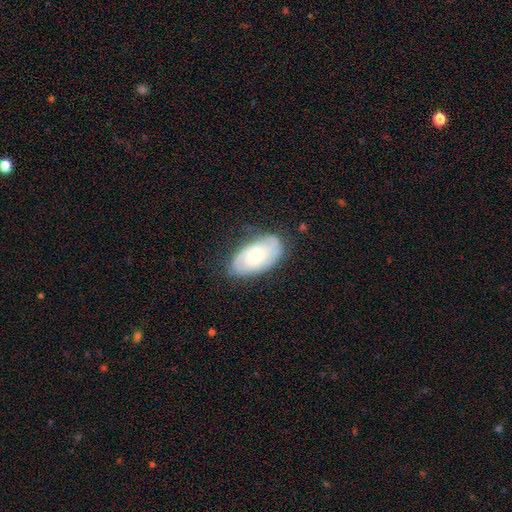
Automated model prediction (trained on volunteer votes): Smooth or featured?
  - featured or disk: 54% *
  - smooth: 37%
  - star or artifact: 9%
Edge-on disk?
  - no: 92% *
  - yes: 8%
Merging?
  - none: 79% *
  - minor disturbance: 16%
  - major disturbance: 4%
  - merger: 1%